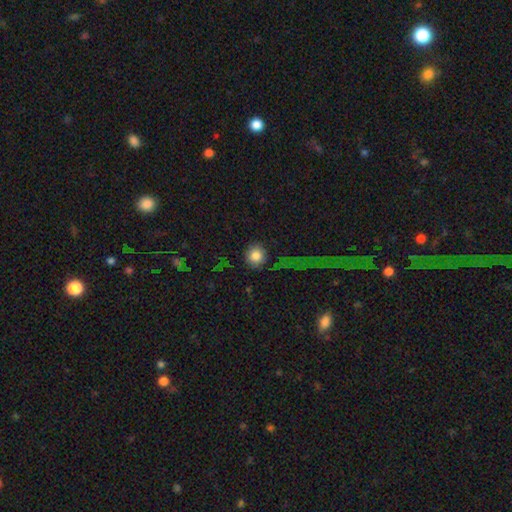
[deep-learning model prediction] This appears to be a smooth galaxy with no disk features (82%) that is round (92%). Merging: none (80%).